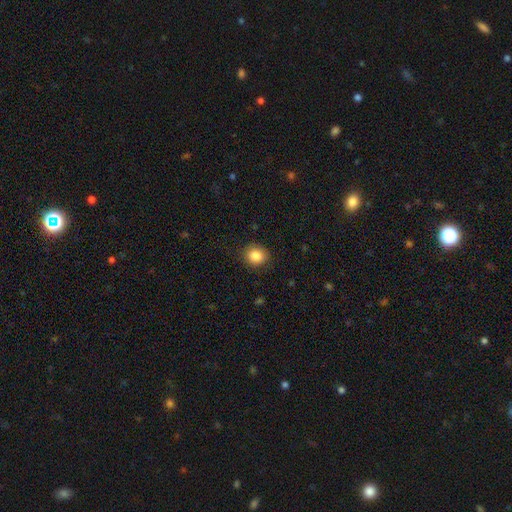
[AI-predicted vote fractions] Smooth or featured? smooth (85%)
How rounded? round (77%)
Merging? none (86%)